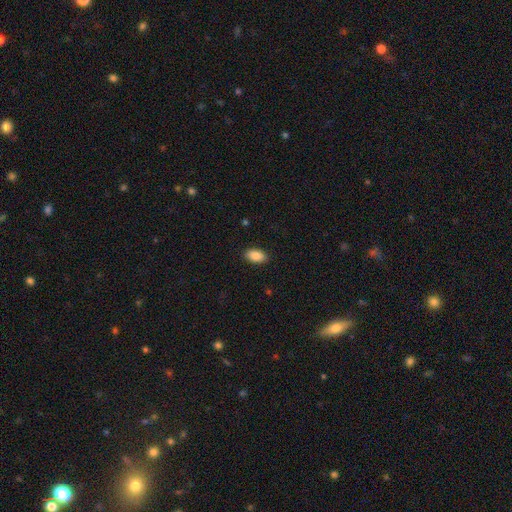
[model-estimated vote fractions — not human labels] This appears to be a smooth galaxy with no disk features (89%) that is in between round and cigar-shaped (94%). Merging: none (89%).